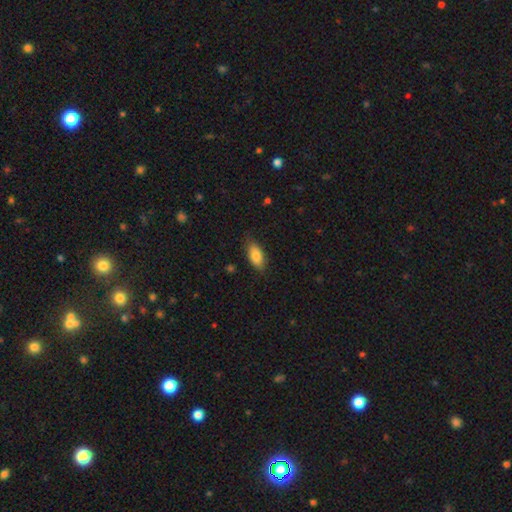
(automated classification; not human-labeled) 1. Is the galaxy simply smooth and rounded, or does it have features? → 84% smooth, 9% featured or disk, 7% star or artifact.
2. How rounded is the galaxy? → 88% in between, 9% cigar-shaped, 3% round.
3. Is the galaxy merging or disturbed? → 80% none, 16% minor disturbance, 3% major disturbance, 1% merger.